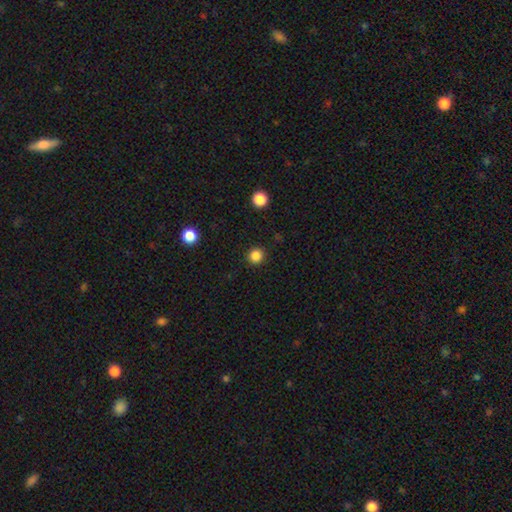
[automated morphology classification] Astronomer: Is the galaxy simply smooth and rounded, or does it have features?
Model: smooth — 84%.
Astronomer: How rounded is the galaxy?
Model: round — 94%.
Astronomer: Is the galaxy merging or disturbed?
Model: none — 92%.